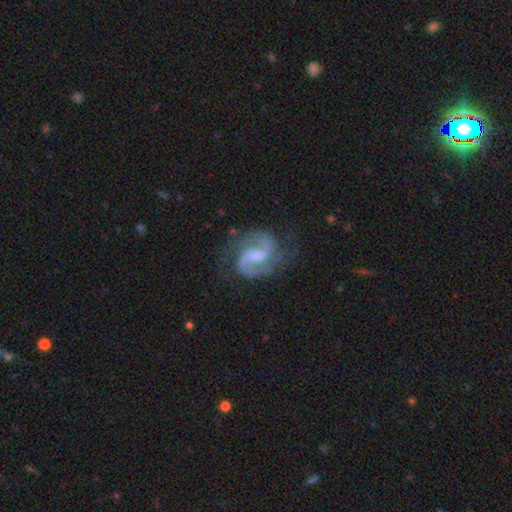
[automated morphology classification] A featured or disk galaxy (92%) with a weak bar (53%), 2 (93%) medium (63%) spiral arms (98%) and no central bulge (33%). Merging: none (75%).